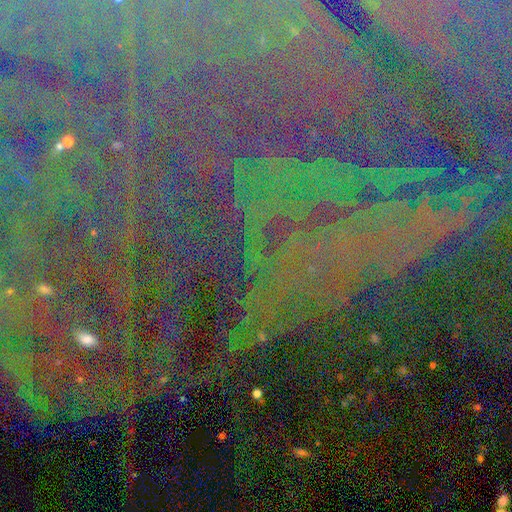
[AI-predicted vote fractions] Smooth or featured? star or artifact (86%)